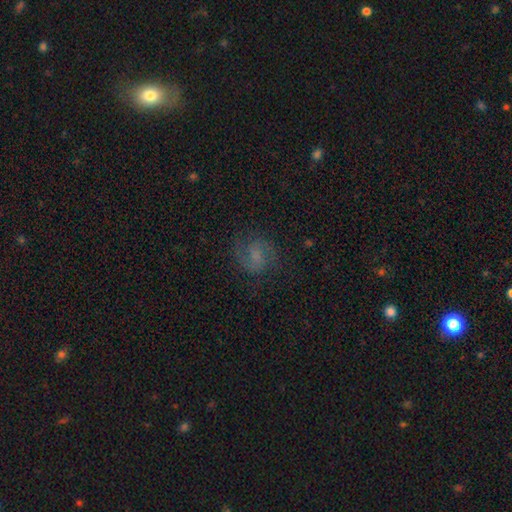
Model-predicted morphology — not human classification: This is likely a featured or disk galaxy (61%). It is clearly not viewed edge-on (98%). Bar: possibly weak (48%). Spiral arm pattern: clearly yes (92%). Spiral arm count: clearly 2 (87%). Spiral winding: possibly medium (55%). Central bulge: marginally none (41%). Merging: likely none (75%).